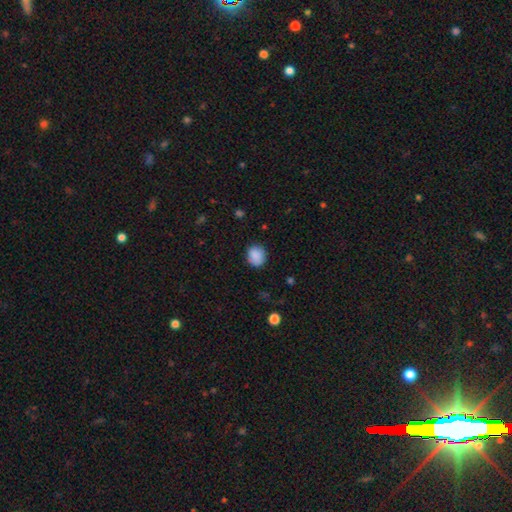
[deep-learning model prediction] The model was most divided on "how rounded": round: 66%, in between: 33%, cigar-shaped: 1%. More confident: smooth or featured — smooth (87%); merging — none (78%).